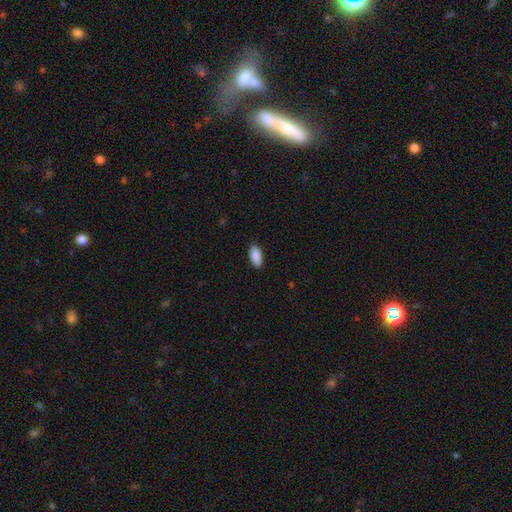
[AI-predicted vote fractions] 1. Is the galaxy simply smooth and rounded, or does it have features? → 91% smooth, 6% star or artifact, 3% featured or disk.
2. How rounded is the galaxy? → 89% in between, 9% cigar-shaped, 2% round.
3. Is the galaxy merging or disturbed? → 88% none, 9% minor disturbance, 2% major disturbance, 1% merger.